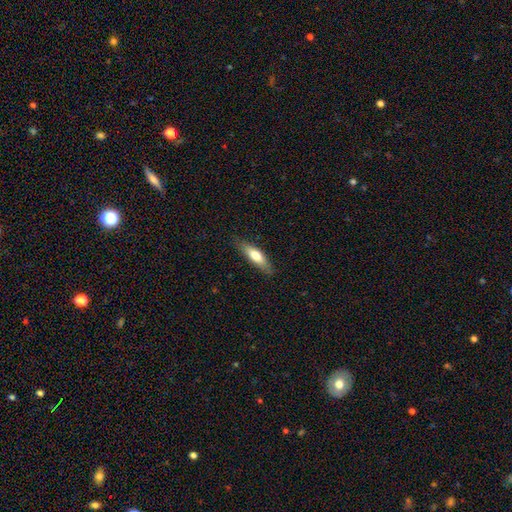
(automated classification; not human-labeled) Smooth or featured? Predicted: smooth (p=0.66). How rounded? Predicted: cigar-shaped (p=0.58). Merging? Predicted: none (p=0.84).